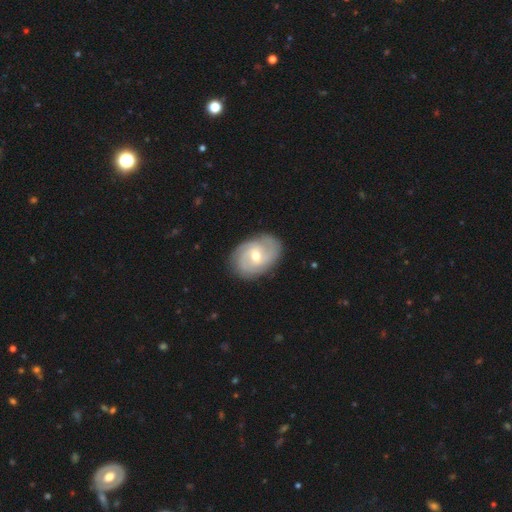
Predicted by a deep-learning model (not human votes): Morphology: type=featured or disk (80%); edge-on=no (97%); bar=no (46%); spiral arms=yes (95%); winding=tight (60%); arm count=3 (30%); bulge=moderate (60%); merging=none (82%).